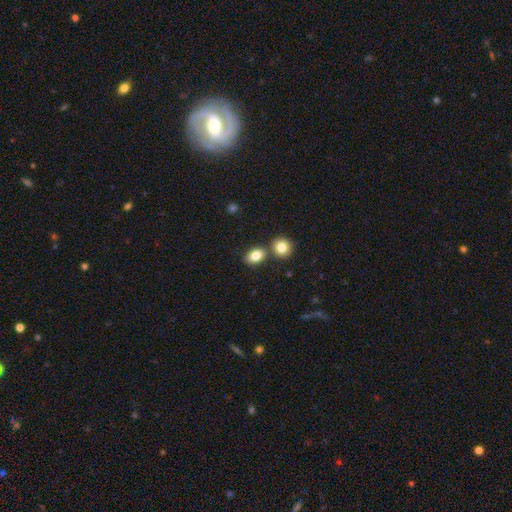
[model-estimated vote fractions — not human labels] Q: Smooth or featured?
A: smooth (83%); runner-up: star or artifact (9%)
Q: How rounded?
A: in between (68%); runner-up: round (31%)
Q: Merging?
A: none (66%); runner-up: merger (21%)